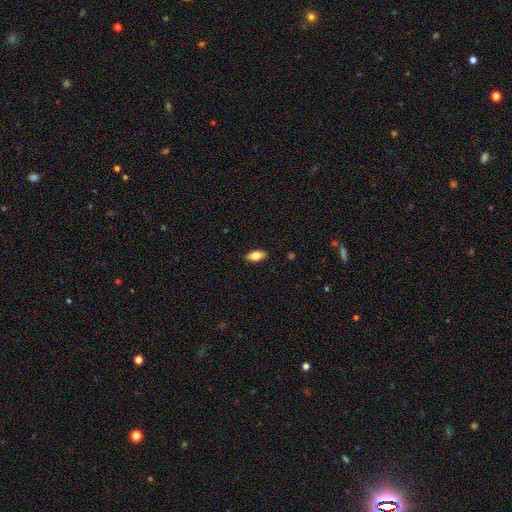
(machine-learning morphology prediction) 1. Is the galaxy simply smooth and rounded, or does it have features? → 77% smooth, 16% featured or disk, 7% star or artifact.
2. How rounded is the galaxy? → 88% in between, 9% cigar-shaped, 3% round.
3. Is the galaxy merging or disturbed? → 89% none, 8% minor disturbance, 2% major disturbance, 1% merger.